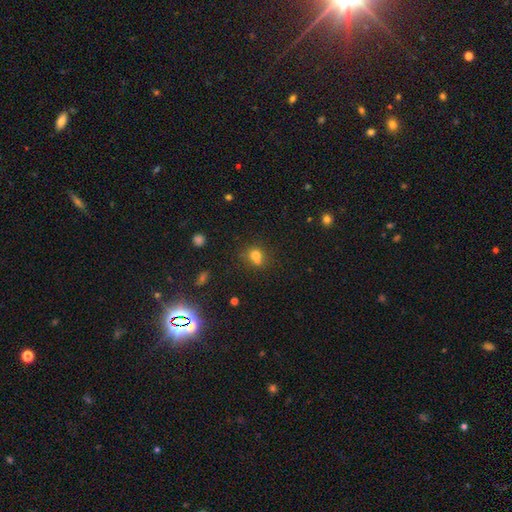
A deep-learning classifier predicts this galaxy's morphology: smooth_or_featured: smooth (p=0.71) [alt: star or artifact p=0.18]
how_rounded: round (p=0.75) [alt: in between p=0.24]
merging: none (p=0.46) [alt: merger p=0.37]